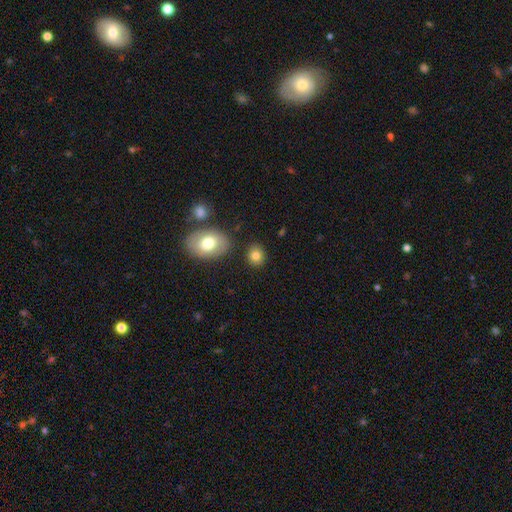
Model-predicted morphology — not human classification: Smooth or featured: smooth — 79% (featured or disk — 10%)
How rounded: round — 67% (in between — 32%)
Merging: none — 83% (minor disturbance — 9%)